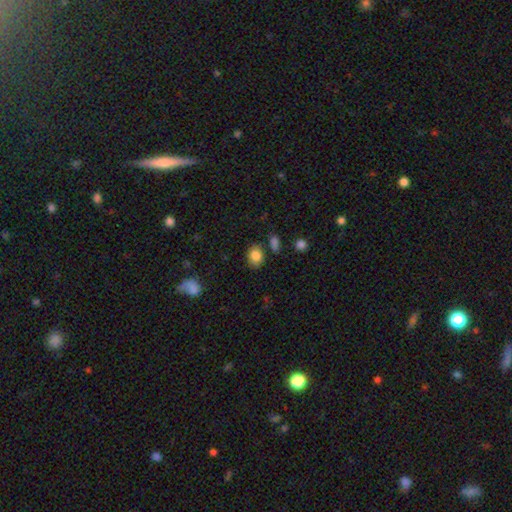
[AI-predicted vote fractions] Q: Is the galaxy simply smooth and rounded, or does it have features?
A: smooth — 84%.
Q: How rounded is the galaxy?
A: in between — 53%.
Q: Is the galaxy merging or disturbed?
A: none — 78%.